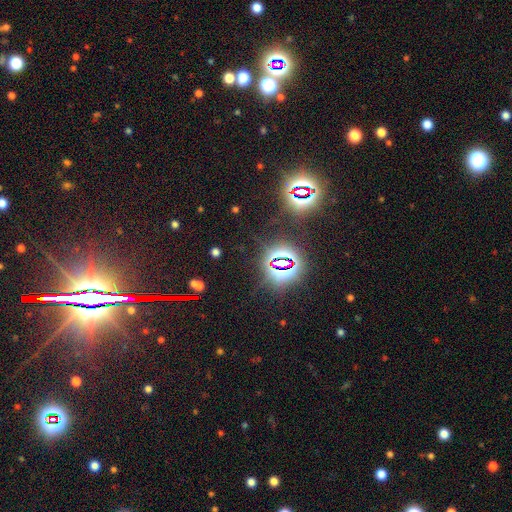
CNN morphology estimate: This appears to be a star or artifact, not a galaxy (85%).